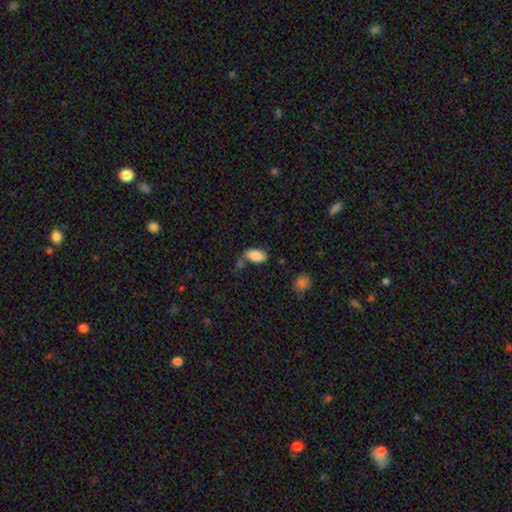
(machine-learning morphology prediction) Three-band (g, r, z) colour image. It shows a smooth galaxy with no disk features (87%) that is in between round and cigar-shaped (94%). Merging: none (67%).